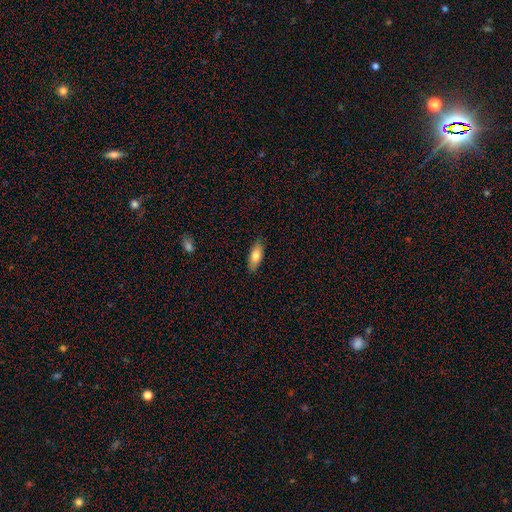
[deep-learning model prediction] A smooth galaxy with no disk features (76%) that is in between round and cigar-shaped (77%).

Vote fractions:
- Smooth or featured? smooth: 76% / featured or disk: 18% / star or artifact: 6%
- How rounded? in between: 77% / cigar-shaped: 21% / round: 2%
- Merging? none: 85% / minor disturbance: 12% / major disturbance: 2% / merger: 1%